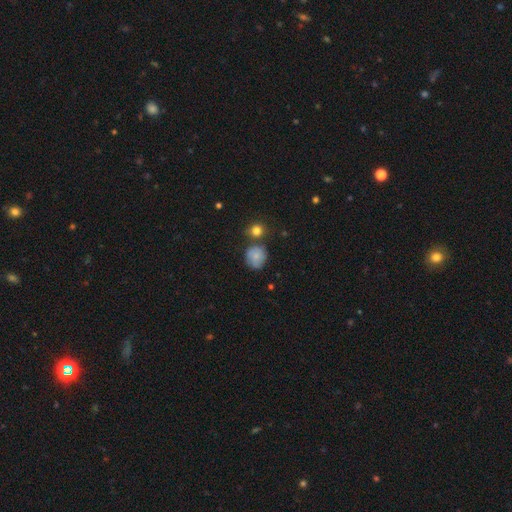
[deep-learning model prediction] Morphology: type=smooth (68%); roundness=round (79%); merging=none (61%).